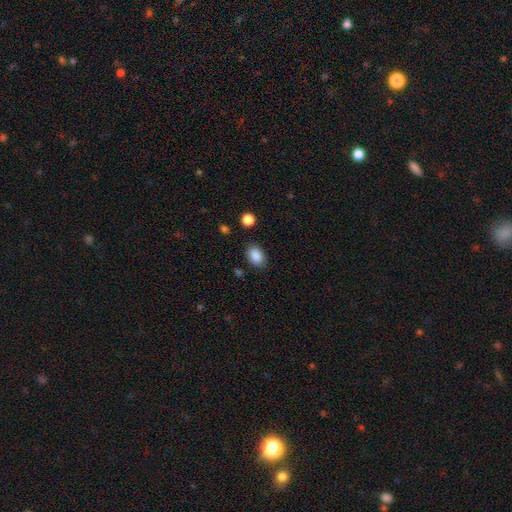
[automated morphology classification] This is clearly a smooth galaxy (88%). How rounded: likely in between (79%). Merging: clearly none (83%).